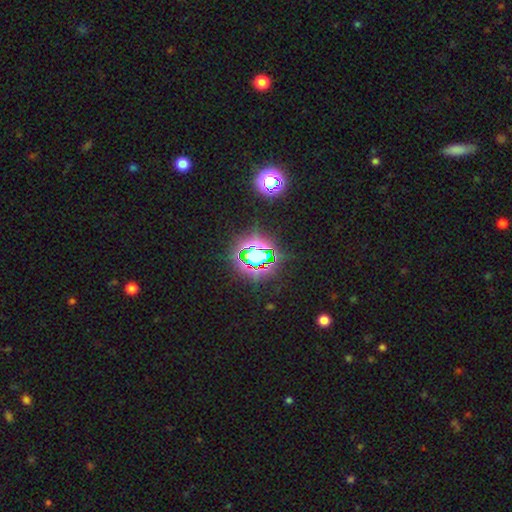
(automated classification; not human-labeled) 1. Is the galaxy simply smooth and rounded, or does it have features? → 75% star or artifact, 15% smooth, 9% featured or disk.